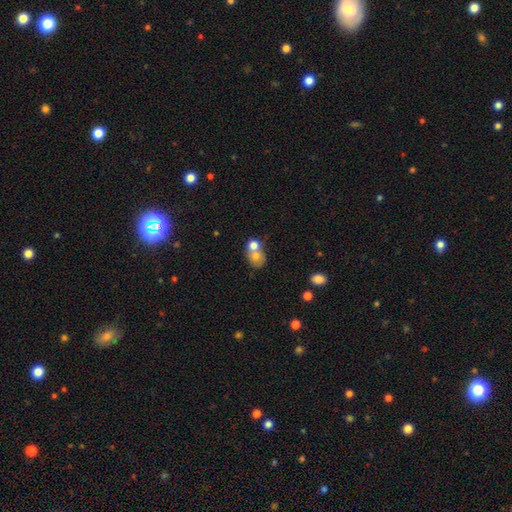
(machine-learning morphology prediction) Smooth or featured? Predicted: smooth (p=0.69). How rounded? Predicted: round (p=0.57). Merging? Predicted: merger (p=0.60).